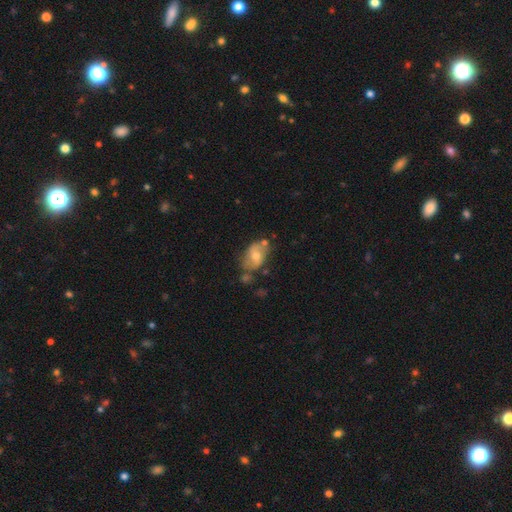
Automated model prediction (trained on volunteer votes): The model was most divided on "smooth or featured": featured or disk: 47%, smooth: 45%, star or artifact: 9%. More confident: merging — none (55%).